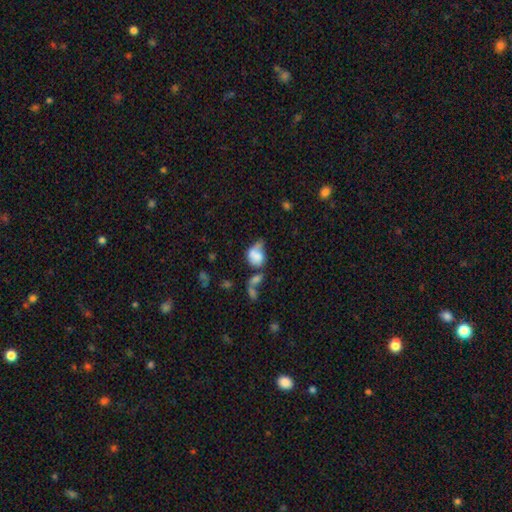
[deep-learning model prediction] This is likely a smooth galaxy (66%). How rounded: likely in between (66%). Merging: marginally merger (33%).